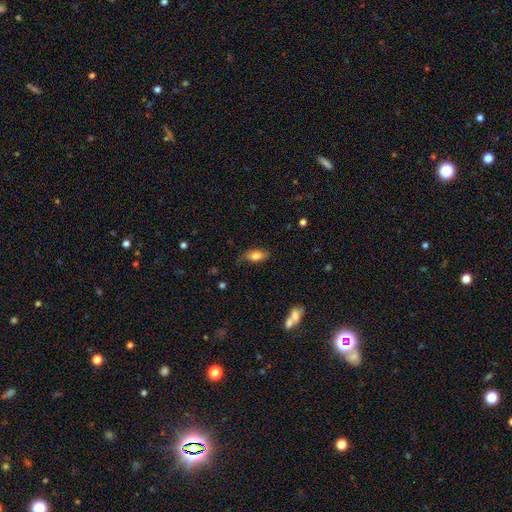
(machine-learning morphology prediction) A smooth galaxy with no disk features (78%) that is in between round and cigar-shaped (88%). Merging: none (62%).